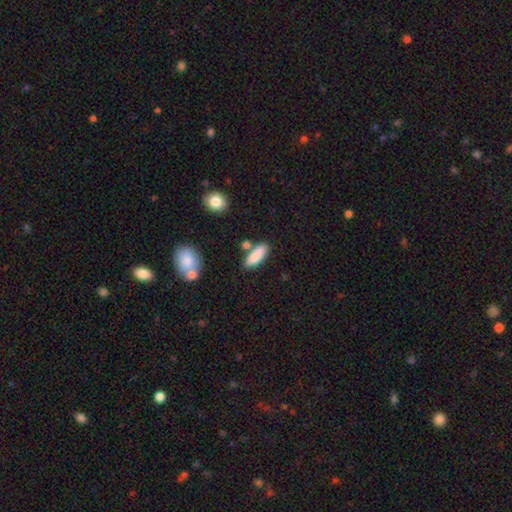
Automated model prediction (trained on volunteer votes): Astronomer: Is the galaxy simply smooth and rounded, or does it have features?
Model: smooth — 86%.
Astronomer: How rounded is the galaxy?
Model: in between — 61%.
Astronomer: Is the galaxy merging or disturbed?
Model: none — 69%.